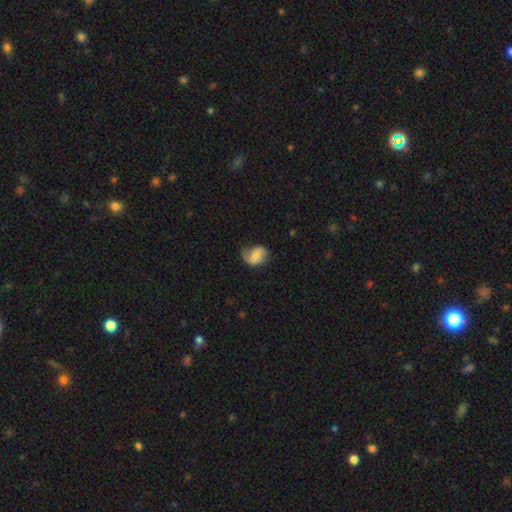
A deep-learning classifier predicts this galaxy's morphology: Overall: featured or disk (48%; smooth 44%). Merging: none (51%; minor disturbance 30%).